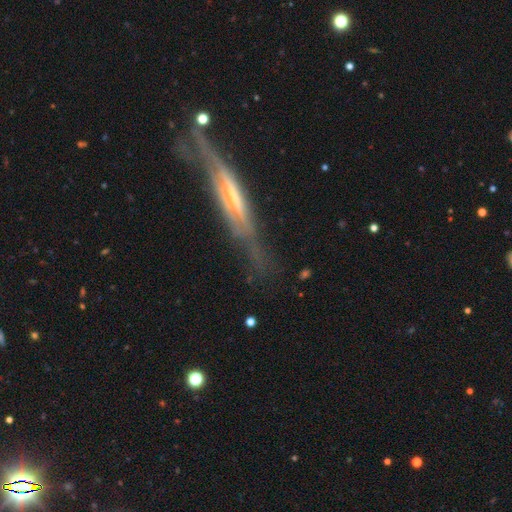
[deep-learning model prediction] This is likely a featured or disk galaxy (76%). It is likely viewed edge-on (75%). Edge-on bulge: marginally none (44%). Merging: possibly none (58%).